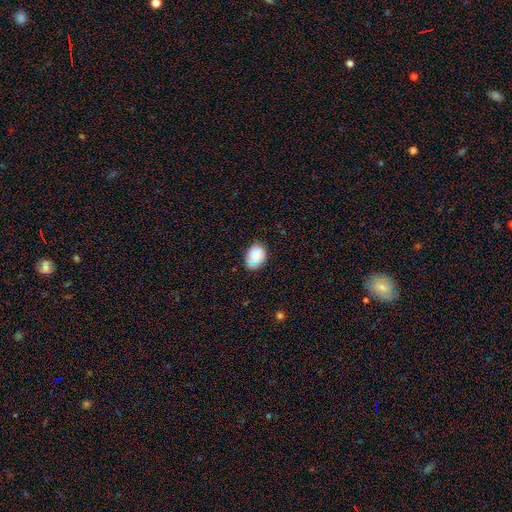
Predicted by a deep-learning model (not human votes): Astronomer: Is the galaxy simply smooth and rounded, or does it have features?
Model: smooth — 82%.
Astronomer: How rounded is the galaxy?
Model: in between — 57% (runner-up: round, 42%).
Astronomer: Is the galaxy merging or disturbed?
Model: none — 77%.